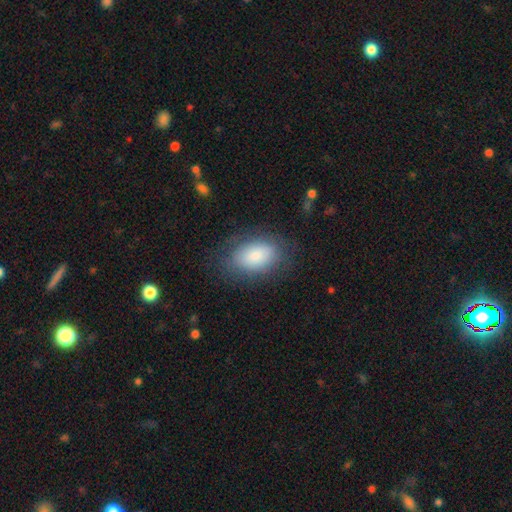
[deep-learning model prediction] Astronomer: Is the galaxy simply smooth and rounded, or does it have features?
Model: smooth — 81%.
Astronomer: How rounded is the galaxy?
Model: in between — 90%.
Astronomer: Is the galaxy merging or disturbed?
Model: none — 76%.